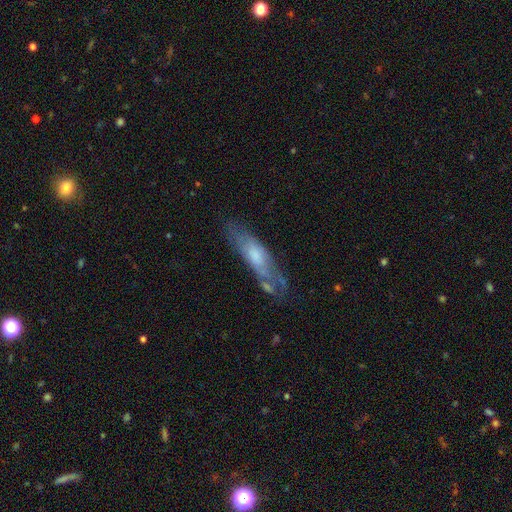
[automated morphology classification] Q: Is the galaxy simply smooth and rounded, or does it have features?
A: featured or disk — 54%.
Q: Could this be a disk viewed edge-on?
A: no — 62%.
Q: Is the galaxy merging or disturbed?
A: none — 54%.